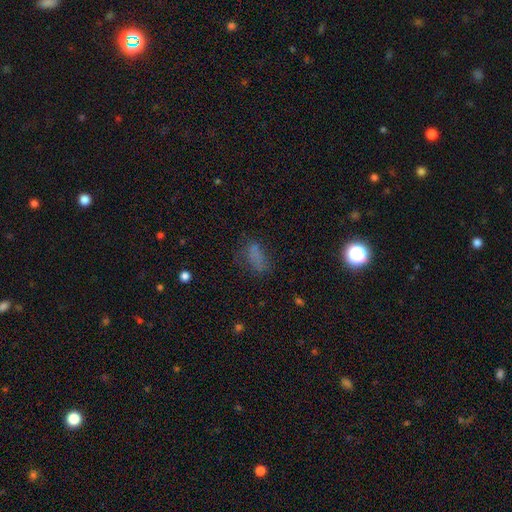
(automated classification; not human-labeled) A smooth galaxy with no disk features (66%) that is in between round and cigar-shaped (79%). Merging: none (53%).